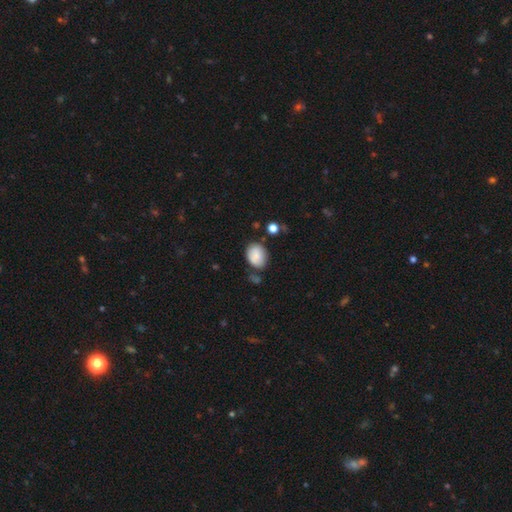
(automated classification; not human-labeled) Smooth or featured?
  - smooth: 83% *
  - featured or disk: 9%
  - star or artifact: 8%
How rounded?
  - in between: 63% *
  - round: 36%
  - cigar-shaped: 1%
Merging?
  - none: 65% *
  - minor disturbance: 22%
  - merger: 8%
  - major disturbance: 5%